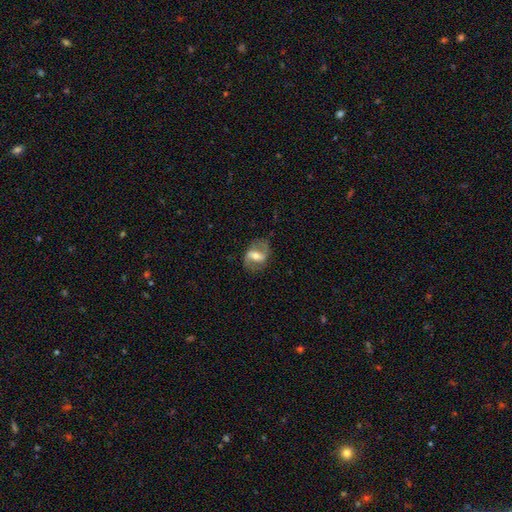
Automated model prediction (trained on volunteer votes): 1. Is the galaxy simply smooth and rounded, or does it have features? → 77% featured or disk, 17% smooth, 6% star or artifact.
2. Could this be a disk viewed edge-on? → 96% no, 4% yes.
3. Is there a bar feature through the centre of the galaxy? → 44% strong, 40% weak, 16% no.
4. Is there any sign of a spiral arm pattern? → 88% yes, 12% no.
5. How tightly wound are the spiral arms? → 43% loose (tied), 43% medium (tied), 14% tight.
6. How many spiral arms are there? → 90% 2, 5% can't tell, 3% 1, 1% 3, 1% 4, 1% more than 4.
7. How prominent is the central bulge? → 58% moderate, 27% small, 10% large, 3% none, 1% dominant.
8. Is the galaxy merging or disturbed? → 76% none, 15% minor disturbance, 8% major disturbance, 1% merger.